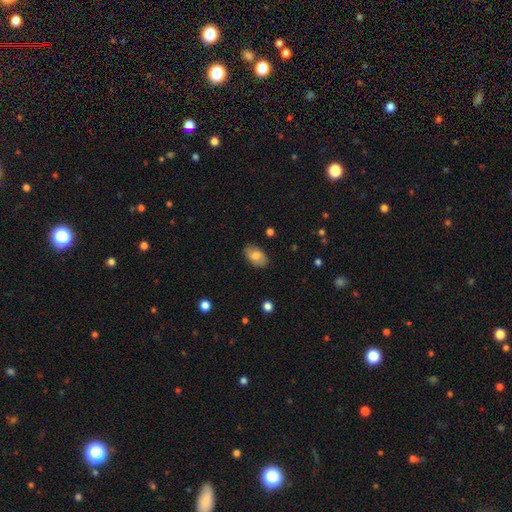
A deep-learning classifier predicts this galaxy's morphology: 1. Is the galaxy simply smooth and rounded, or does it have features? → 75% smooth, 18% featured or disk, 7% star or artifact.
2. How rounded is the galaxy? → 92% in between, 6% round, 1% cigar-shaped.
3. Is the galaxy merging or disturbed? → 83% none, 13% minor disturbance, 3% major disturbance, 1% merger.